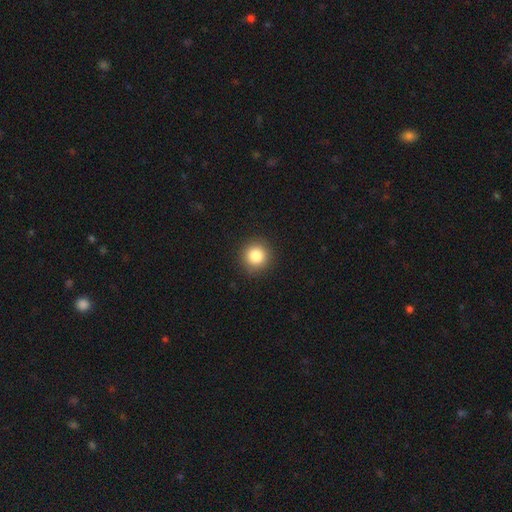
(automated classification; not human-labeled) The model was most divided on "smooth or featured": smooth: 84%, star or artifact: 11%, featured or disk: 6%. More confident: how rounded — round (94%); merging — none (92%).